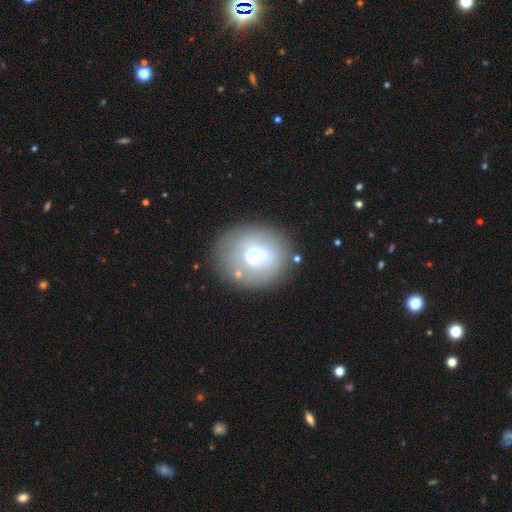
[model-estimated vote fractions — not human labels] This appears to be a smooth galaxy with no disk features (47%). Merging: none (70%).